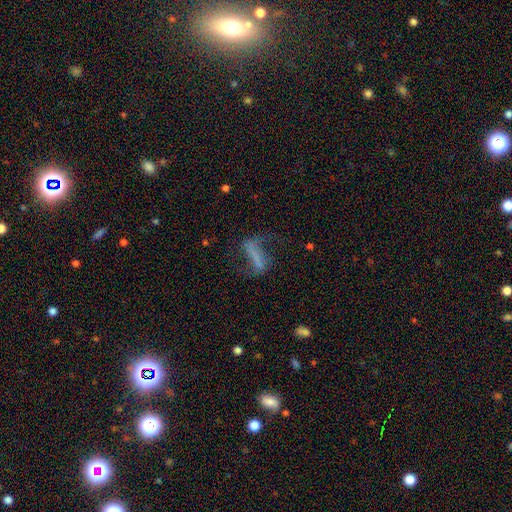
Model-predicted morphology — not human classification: Smooth or featured: featured or disk — 54% (smooth — 32%)
Edge-on disk: no — 83% (yes — 17%)
Merging: none — 47% (major disturbance — 31%)